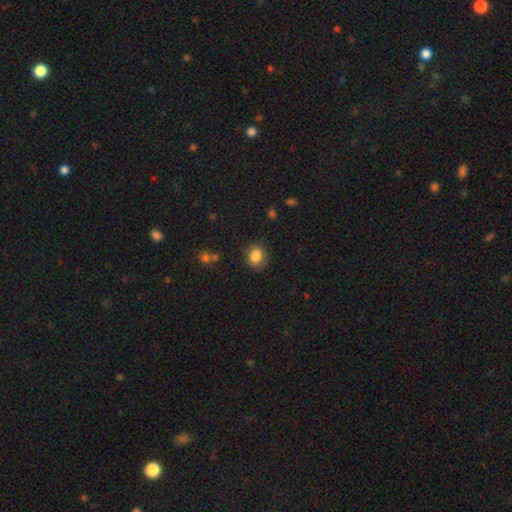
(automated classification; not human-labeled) Q: Smooth or featured?
A: smooth (83%); runner-up: star or artifact (9%)
Q: How rounded?
A: round (62%); runner-up: in between (37%)
Q: Merging?
A: none (76%); runner-up: minor disturbance (17%)